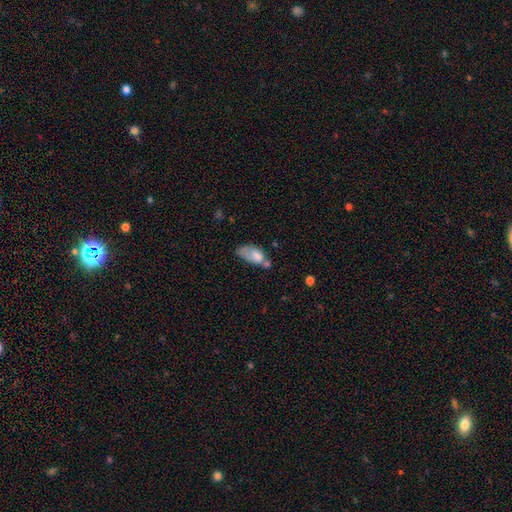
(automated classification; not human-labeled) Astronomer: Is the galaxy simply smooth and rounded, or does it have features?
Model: smooth — 67%.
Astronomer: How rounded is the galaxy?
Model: in between — 89%.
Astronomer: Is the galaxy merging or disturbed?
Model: minor disturbance — 26% (runner-up: major disturbance, 25%).